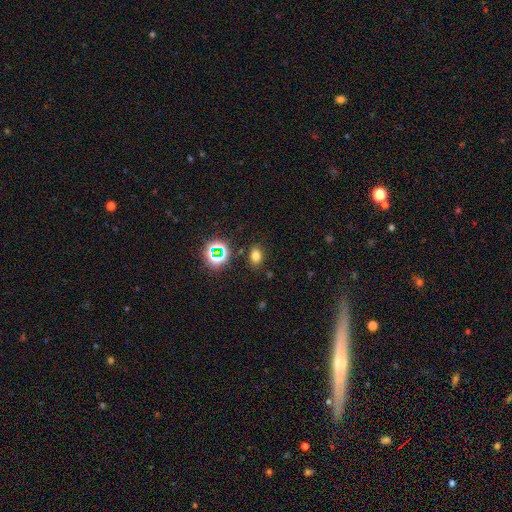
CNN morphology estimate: A smooth galaxy with no disk features (71%) that is in between round and cigar-shaped (70%).

Vote fractions:
- Smooth or featured? smooth: 71% / star or artifact: 21% / featured or disk: 8%
- How rounded? in between: 70% / round: 29% / cigar-shaped: 1%
- Merging? none: 84% / minor disturbance: 10% / major disturbance: 3% / merger: 3%